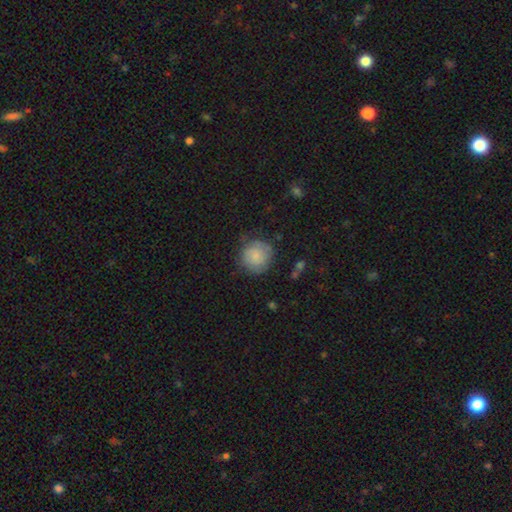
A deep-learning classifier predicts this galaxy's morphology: smooth_or_featured: smooth (p=0.78) [alt: featured or disk p=0.15]
how_rounded: round (p=0.91) [alt: in between p=0.08]
merging: none (p=0.70) [alt: minor disturbance p=0.21]